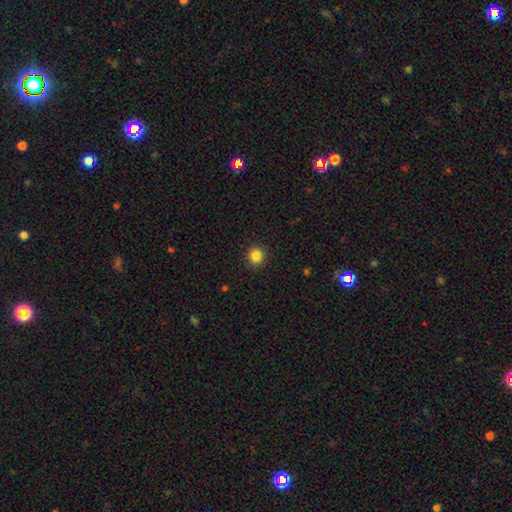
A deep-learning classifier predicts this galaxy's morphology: The model was most divided on "smooth or featured": smooth: 85%, star or artifact: 11%, featured or disk: 4%. More confident: how rounded — round (93%); merging — none (92%).